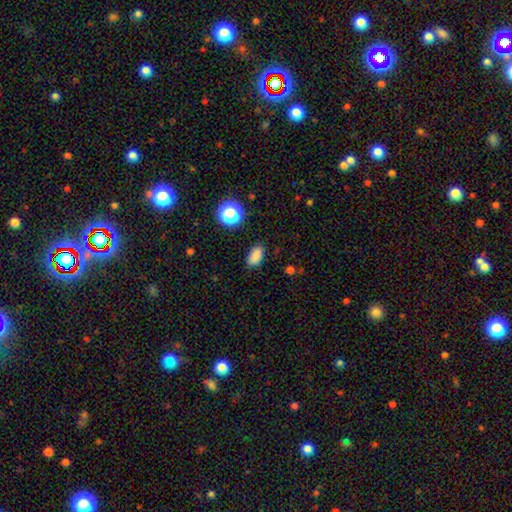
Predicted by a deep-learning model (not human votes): smooth 83%, star or artifact 12%, featured or disk 4%. Down the decision tree: how rounded — in between (87%); merging — none (81%).